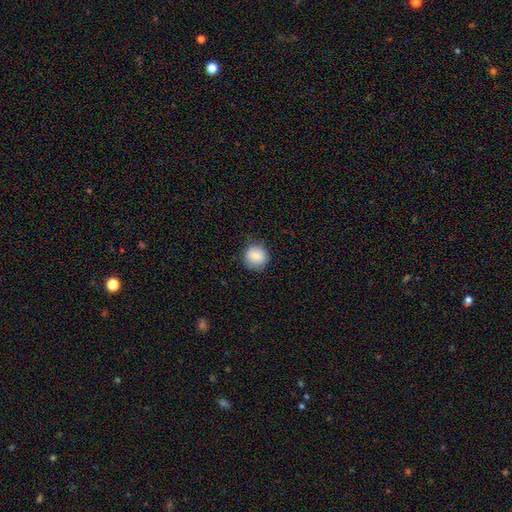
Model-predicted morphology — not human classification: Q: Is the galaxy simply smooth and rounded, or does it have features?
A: smooth — 85%.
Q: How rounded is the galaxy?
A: round — 90%.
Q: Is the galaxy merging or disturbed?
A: none — 82%.